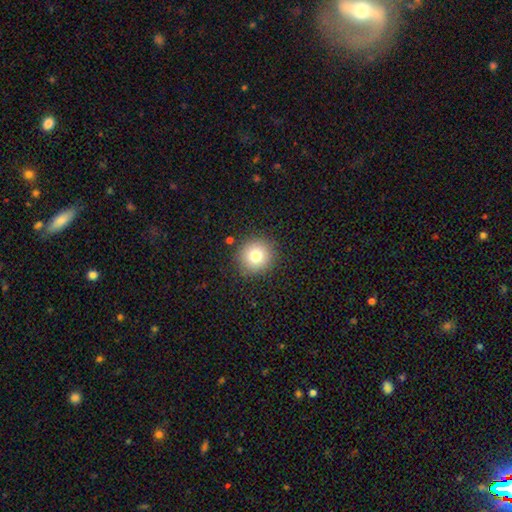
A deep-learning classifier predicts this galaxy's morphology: A smooth galaxy with no disk features (77%) that is round (93%).

Vote fractions:
- Smooth or featured? smooth: 77% / star or artifact: 12% / featured or disk: 11%
- How rounded? round: 93% / in between: 6% / cigar-shaped: 1%
- Merging? none: 88% / minor disturbance: 8% / major disturbance: 3% / merger: 2%